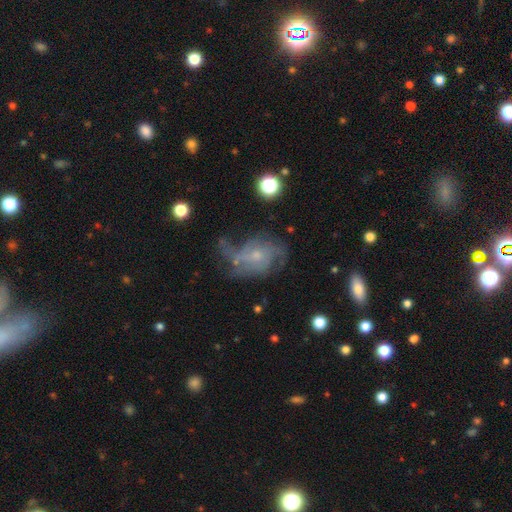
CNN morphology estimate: Overall: featured or disk (74%). Edge-on disk: no (96%). Bar: no (67%; weak 28%). Spiral arms: yes (84%). Spiral arm count: can't tell (37%; 2 25%). Spiral winding: medium (42%; loose 32%). Bulge size: small (63%; moderate 28%). Merging: none (44%; major disturbance 27%).